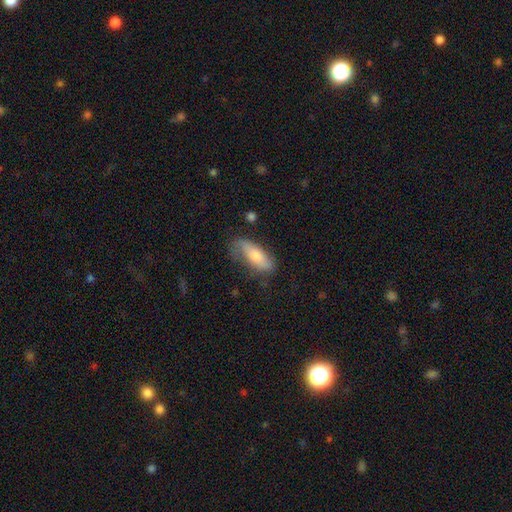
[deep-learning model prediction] A smooth galaxy with no disk features (62%) that is in between round and cigar-shaped (66%). Merging: none (61%).